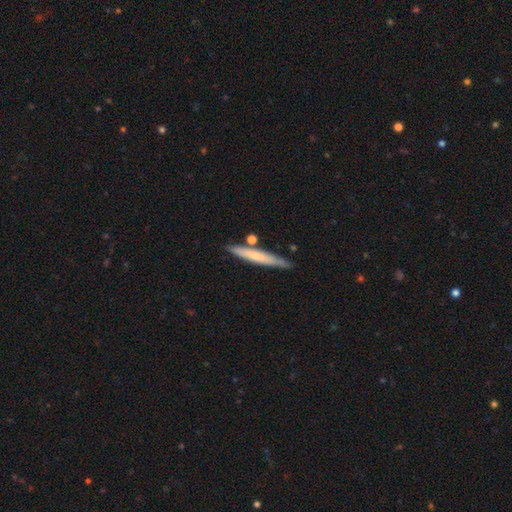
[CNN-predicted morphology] smooth-or-featured: smooth: 60% | featured or disk: 34% | star or artifact: 6%
  how-rounded: cigar-shaped: 94% | in between: 4% | round: 1%
  merging: none: 78% | minor disturbance: 13% | merger: 7% | major disturbance: 2%